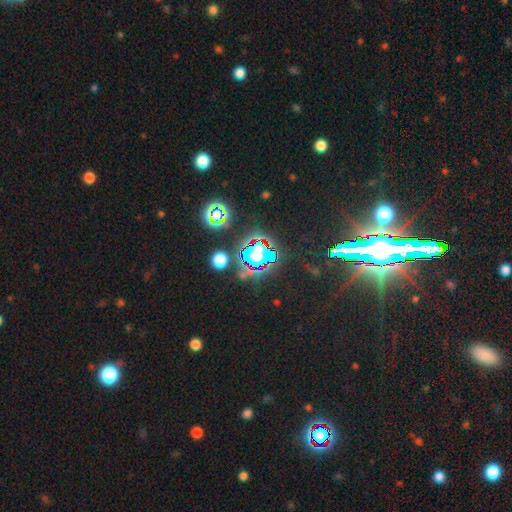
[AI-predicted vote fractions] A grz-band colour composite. It shows a star or artifact, not a galaxy (65%).